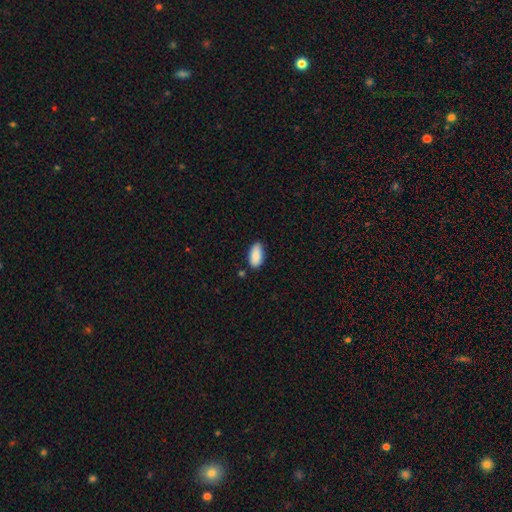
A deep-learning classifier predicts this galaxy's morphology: The model was most divided on "merging": none: 78%, minor disturbance: 16%, merger: 3%, major disturbance: 3%. More confident: how rounded — in between (92%); smooth or featured — smooth (88%).